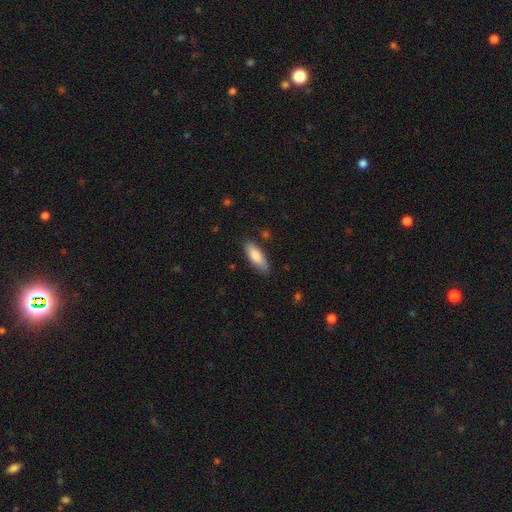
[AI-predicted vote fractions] This appears to be a smooth galaxy with no disk features (85%) that is in between round and cigar-shaped (65%). Merging: none (82%).